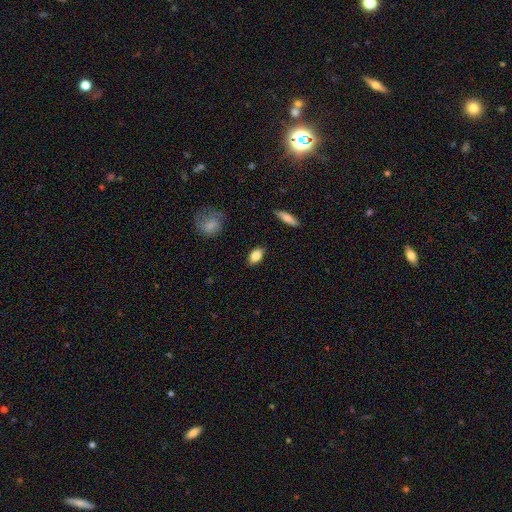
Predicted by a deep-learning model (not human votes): smooth 85%, star or artifact 8%, featured or disk 7%. Down the decision tree: how rounded — in between (88%); merging — none (85%).